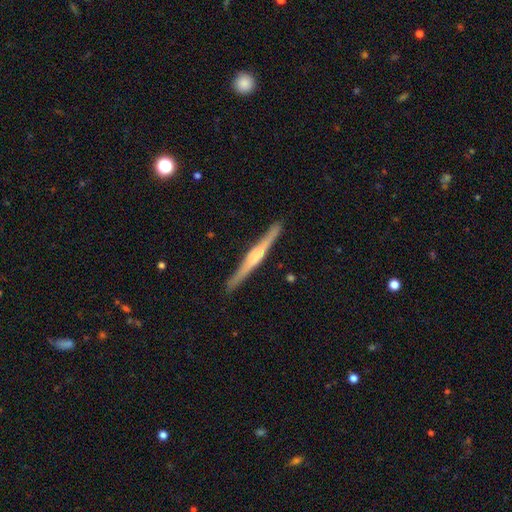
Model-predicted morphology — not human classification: The model was most divided on "edge-on bulge": rounded: 49%, boxy: 32%, none: 19%. More confident: edge-on disk — yes (98%); merging — none (91%); smooth or featured — featured or disk (73%).